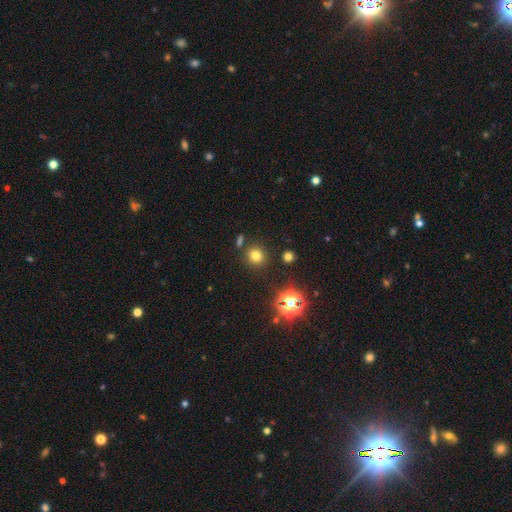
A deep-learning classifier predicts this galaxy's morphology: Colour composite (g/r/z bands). It shows a smooth galaxy with no disk features (73%) that is round (90%). Merging: none (85%).